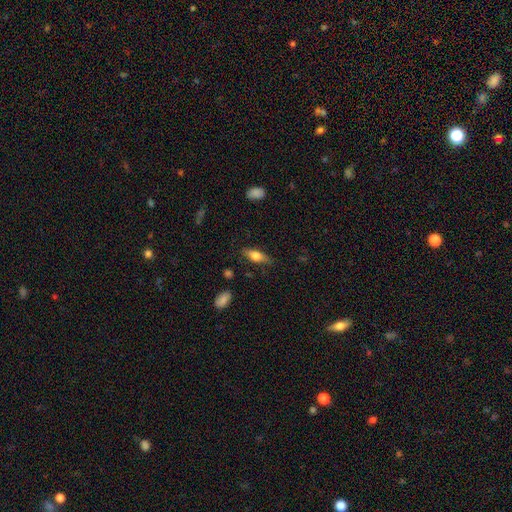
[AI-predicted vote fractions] A smooth galaxy with no disk features (60%) that is in between round and cigar-shaped (65%).

Vote fractions:
- Smooth or featured? smooth: 60% / featured or disk: 33% / star or artifact: 7%
- How rounded? in between: 65% / cigar-shaped: 32% / round: 4%
- Merging? none: 81% / minor disturbance: 14% / major disturbance: 3% / merger: 1%